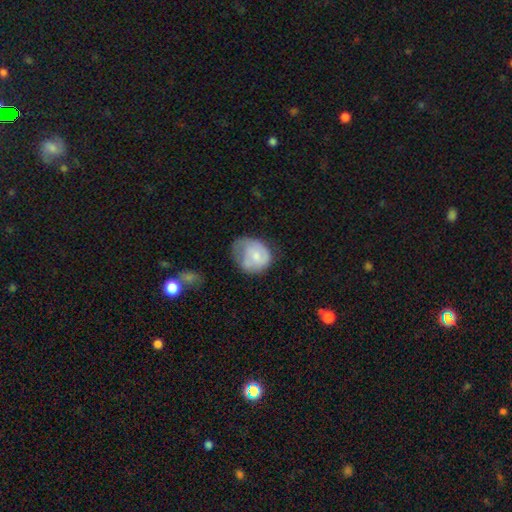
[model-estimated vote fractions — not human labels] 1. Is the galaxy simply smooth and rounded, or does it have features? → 58% smooth, 36% featured or disk, 6% star or artifact.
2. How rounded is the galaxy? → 62% round, 37% in between, 1% cigar-shaped.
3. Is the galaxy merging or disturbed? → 37% minor disturbance, 32% none, 27% major disturbance, 4% merger.